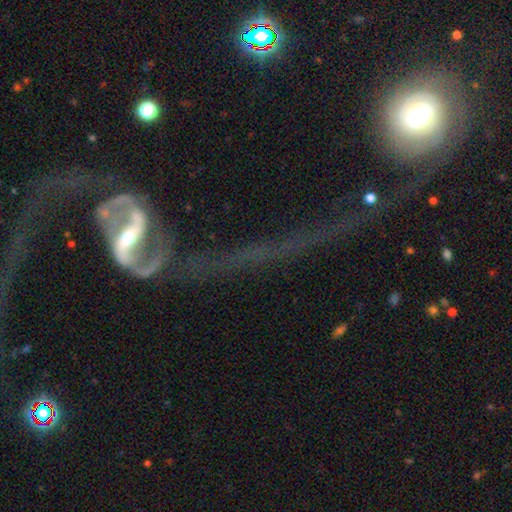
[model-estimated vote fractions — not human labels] This is clearly a featured or disk galaxy (82%). It is clearly not viewed edge-on (82%). Bar: possibly strong (51%). Spiral arm pattern: likely yes (79%). Spiral arm count: clearly 2 (86%). Spiral winding: likely loose (68%). Central bulge: possibly small (47%). Merging: marginally major disturbance (40%).